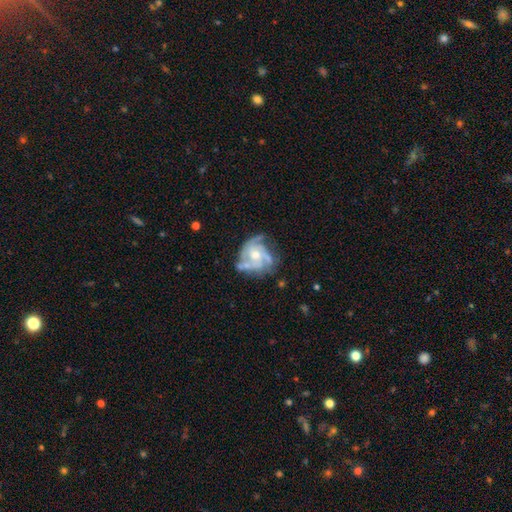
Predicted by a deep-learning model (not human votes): Smooth or featured?
  - featured or disk: 82% *
  - smooth: 12%
  - star or artifact: 6%
Edge-on disk?
  - no: 98% *
  - yes: 2%
Bar?
  - no: 77% *
  - weak: 20%
  - strong: 4%
Spiral arms?
  - yes: 89% *
  - no: 11%
Spiral winding?
  - tight: 47% *
  - medium: 40%
  - loose: 14%
Spiral arm count?
  - 3: 42% *
  - can't tell: 21%
  - 4: 15%
  - 2: 14%
  - 1: 5%
  - more than 4: 4%
Bulge size?
  - moderate: 64% *
  - small: 28%
  - large: 4%
  - none: 2%
  - dominant: 1%
Merging?
  - none: 49% *
  - minor disturbance: 25%
  - major disturbance: 18%
  - merger: 8%